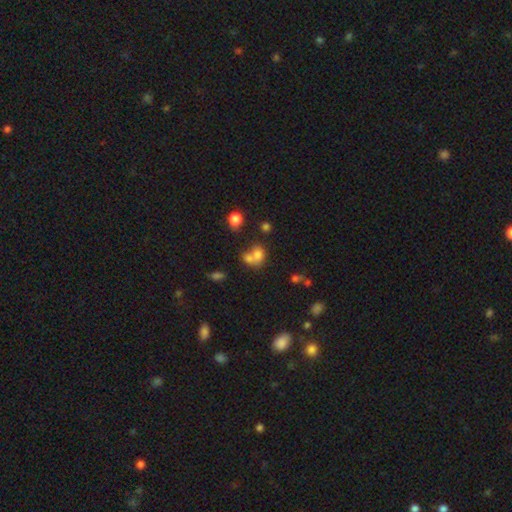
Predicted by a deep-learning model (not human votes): smooth_or_featured: smooth (p=0.70) [alt: featured or disk p=0.16]
how_rounded: round (p=0.51) [alt: in between p=0.48]
merging: merger (p=0.59) [alt: none p=0.27]